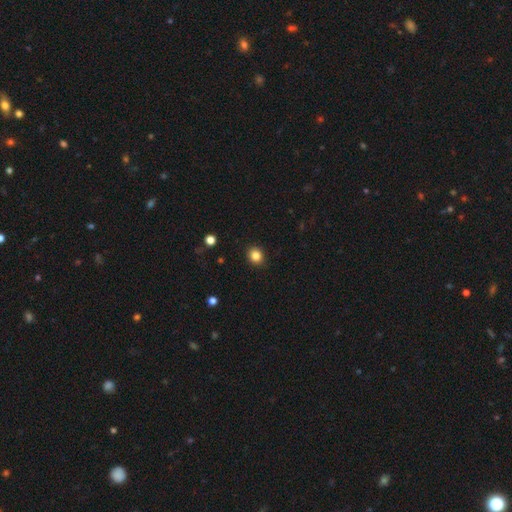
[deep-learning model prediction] This is clearly a smooth galaxy (84%). How rounded: likely round (77%). Merging: clearly none (91%).